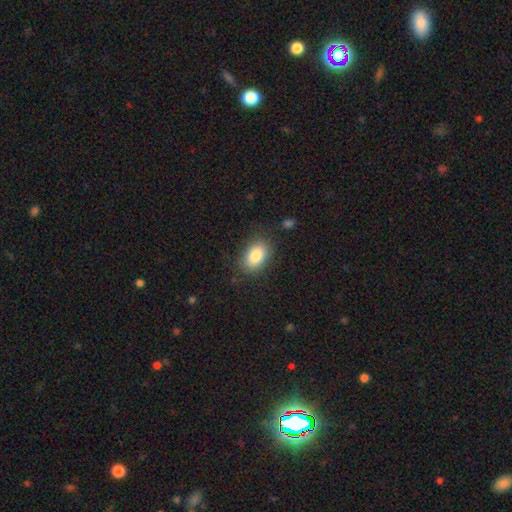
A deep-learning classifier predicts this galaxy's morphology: smooth-or-featured: smooth: 85% | featured or disk: 8% | star or artifact: 7%
  how-rounded: in between: 88% | round: 11% | cigar-shaped: 1%
  merging: none: 81% | minor disturbance: 13% | major disturbance: 4% | merger: 1%